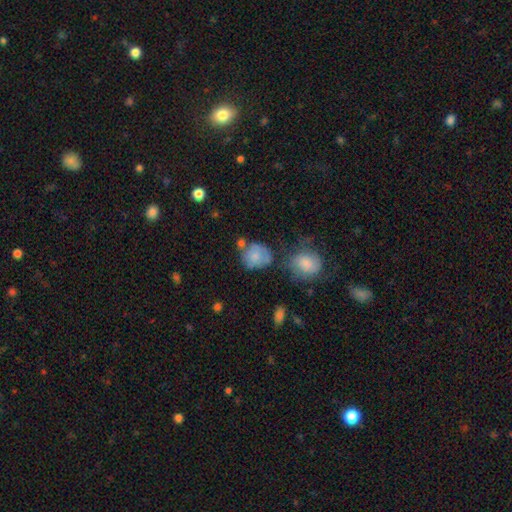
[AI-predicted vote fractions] Smooth or featured? smooth (72%)
How rounded? round (72%)
Merging? none (49%)